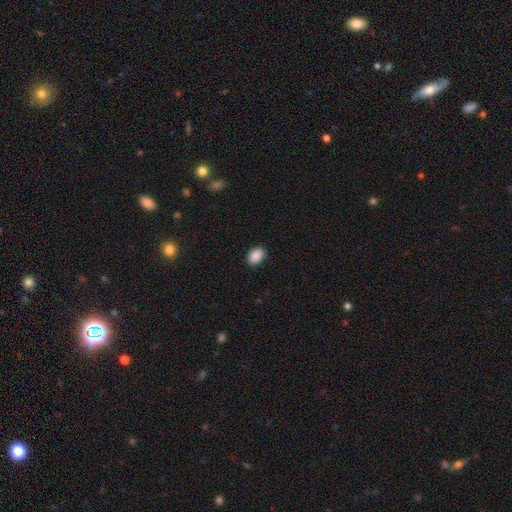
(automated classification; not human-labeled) A smooth galaxy with no disk features (90%) that is in between round and cigar-shaped (81%). Merging: none (89%).